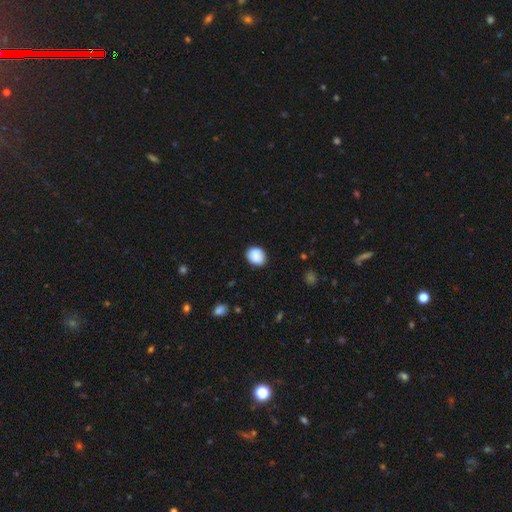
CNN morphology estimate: This is clearly a smooth galaxy (88%). How rounded: possibly round (56%). Merging: clearly none (83%).